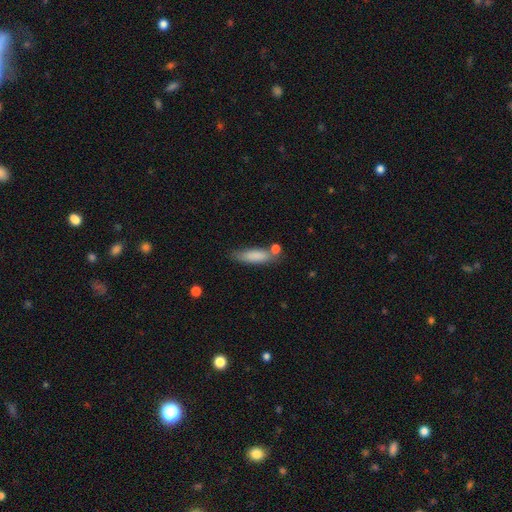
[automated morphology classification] Q: Smooth or featured?
A: smooth (82%); runner-up: featured or disk (11%)
Q: How rounded?
A: cigar-shaped (57%); runner-up: in between (41%)
Q: Merging?
A: none (65%); runner-up: minor disturbance (18%)